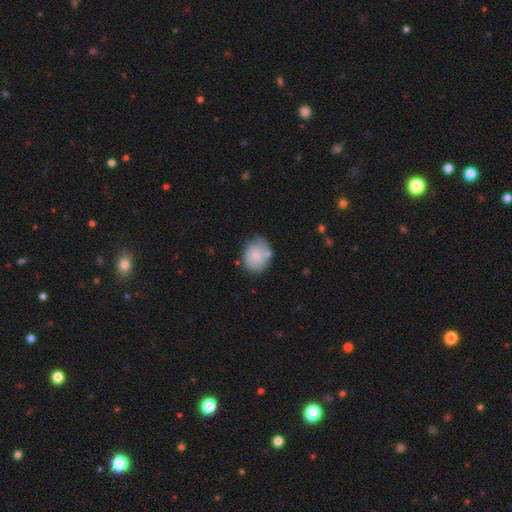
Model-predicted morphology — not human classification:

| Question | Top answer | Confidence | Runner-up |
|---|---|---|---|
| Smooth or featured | smooth | 77% | featured or disk (16%) |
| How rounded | round | 51% | in between (48%) |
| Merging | none | 58% | minor disturbance (26%) |